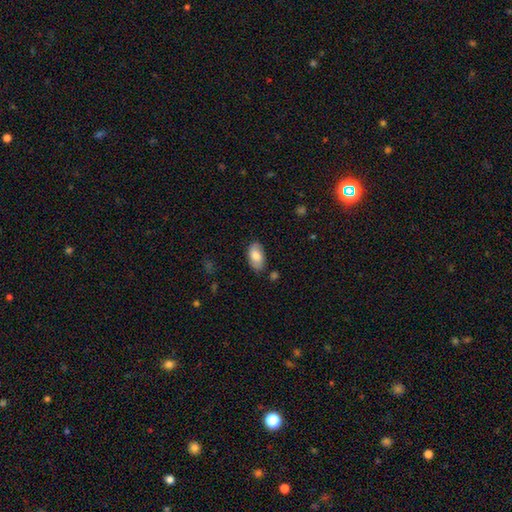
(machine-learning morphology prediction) Overall: smooth (78%). How rounded: in between (95%). Merging: none (80%).